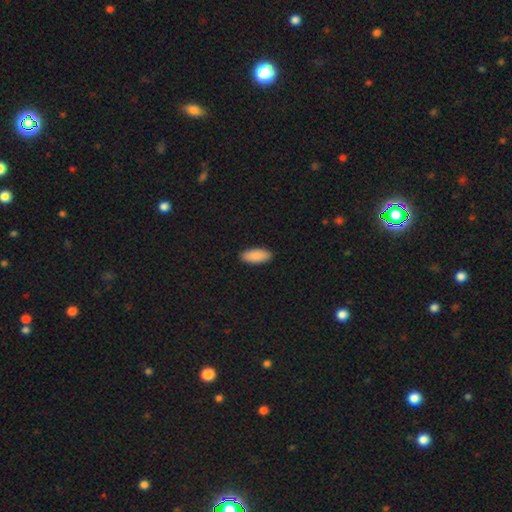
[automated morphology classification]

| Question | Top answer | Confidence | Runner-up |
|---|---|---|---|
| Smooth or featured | smooth | 90% | star or artifact (6%) |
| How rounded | in between | 87% | cigar-shaped (11%) |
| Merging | none | 90% | minor disturbance (7%) |